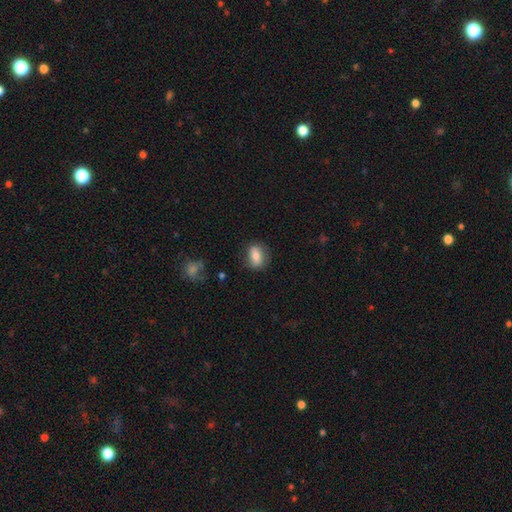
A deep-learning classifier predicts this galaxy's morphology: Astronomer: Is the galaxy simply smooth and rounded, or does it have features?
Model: smooth — 73%.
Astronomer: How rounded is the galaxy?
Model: in between — 71%.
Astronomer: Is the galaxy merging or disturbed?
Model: none — 76%.